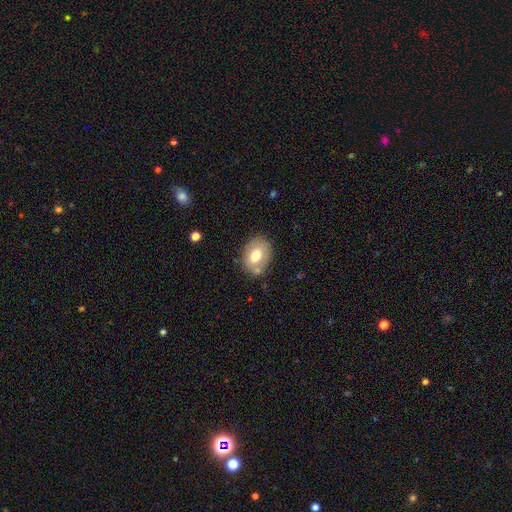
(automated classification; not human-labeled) This is likely a smooth galaxy (69%). How rounded: likely in between (70%). Merging: likely none (70%).